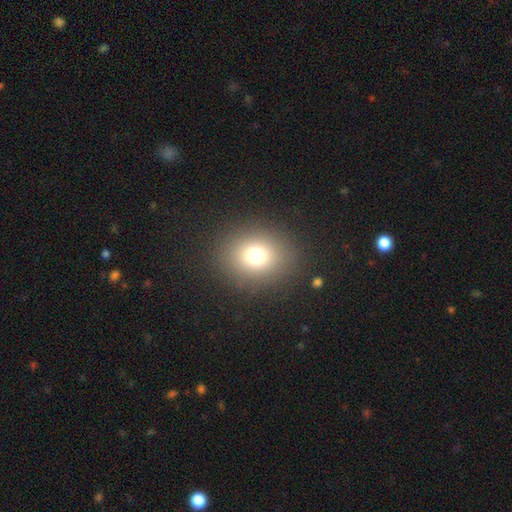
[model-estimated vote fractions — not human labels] smooth-or-featured: smooth: 73% | star or artifact: 17% | featured or disk: 10%
  how-rounded: round: 71% | in between: 28% | cigar-shaped: 1%
  merging: none: 87% | minor disturbance: 7% | major disturbance: 4% | merger: 1%